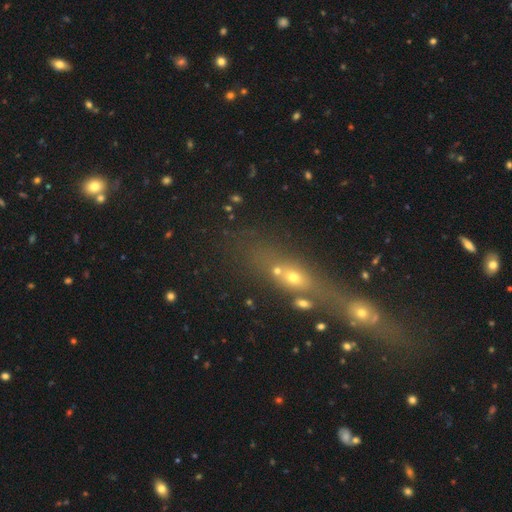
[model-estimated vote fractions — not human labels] Morphology: type=smooth (39%); merging=merger (60%).